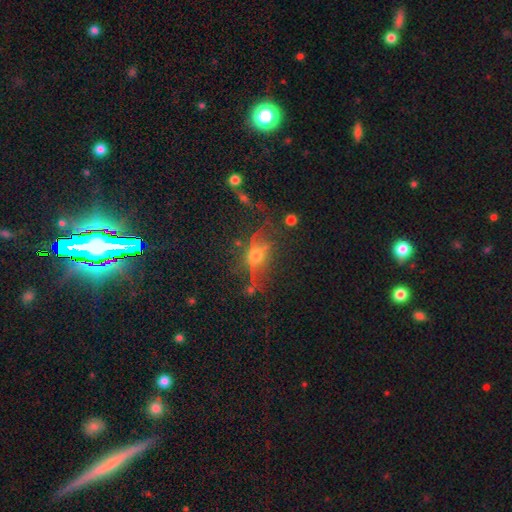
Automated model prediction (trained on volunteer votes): The model was most divided on "smooth or featured": featured or disk: 43%, smooth: 35%, star or artifact: 22%. More confident: merging — none (55%).